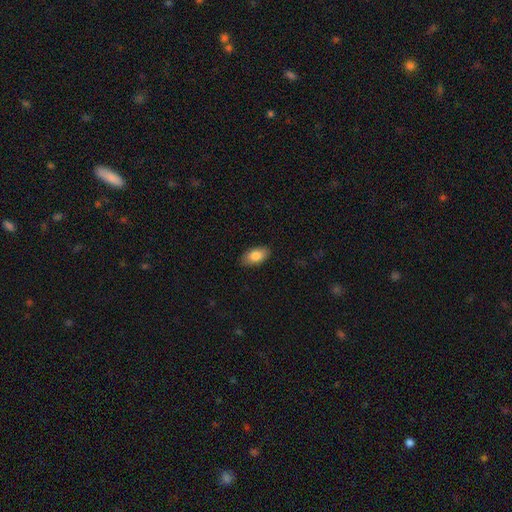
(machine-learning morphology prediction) Q: Smooth or featured?
A: smooth (84%); runner-up: featured or disk (9%)
Q: How rounded?
A: in between (93%); runner-up: round (4%)
Q: Merging?
A: none (87%); runner-up: minor disturbance (10%)